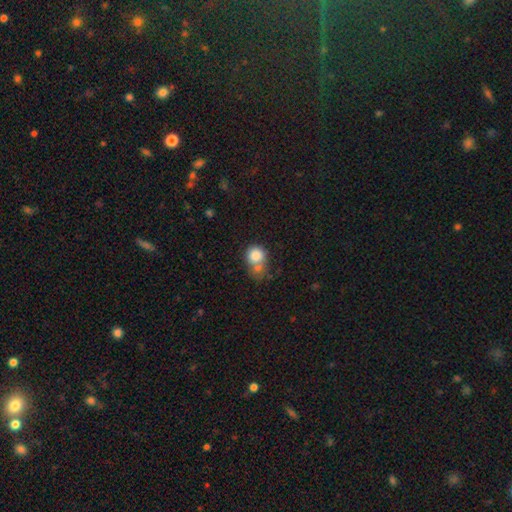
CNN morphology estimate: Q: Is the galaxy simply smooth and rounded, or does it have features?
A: smooth — 81%.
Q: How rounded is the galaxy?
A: round — 79%.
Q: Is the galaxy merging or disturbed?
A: merger — 43%.